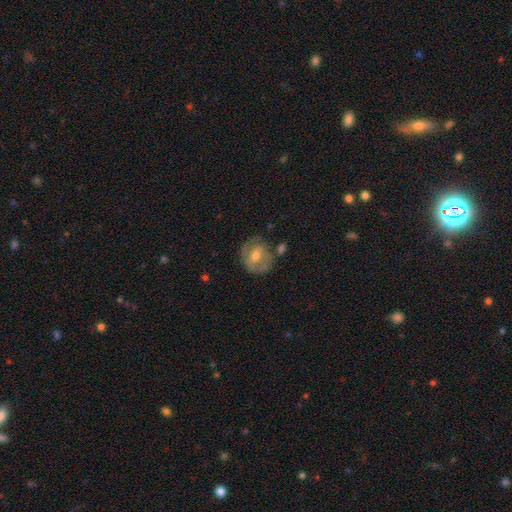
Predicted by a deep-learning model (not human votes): Overall: featured or disk (55%; smooth 37%). Edge-on disk: no (95%). Bar: weak (47%; no 32%). Spiral arms: yes (56%; no 44%). Bulge size: moderate (65%; small 27%). Merging: none (67%).